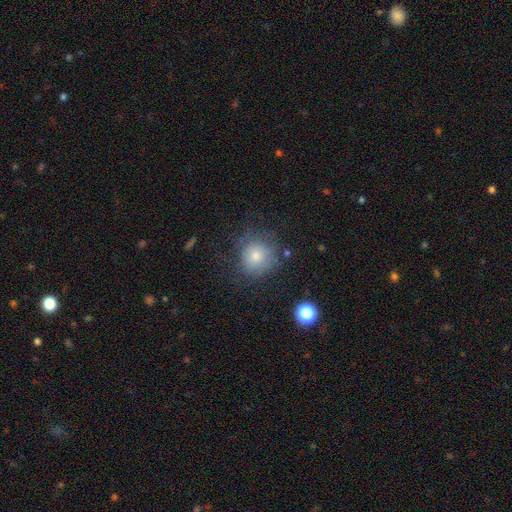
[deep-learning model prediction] Smooth or featured? smooth (67%)
How rounded? round (88%)
Merging? none (69%)